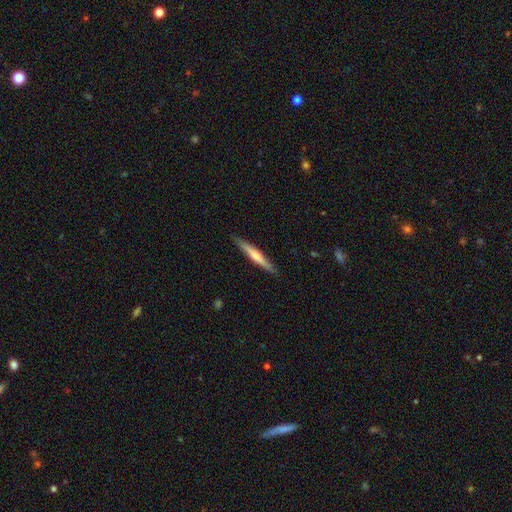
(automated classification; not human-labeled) Smooth or featured? Predicted: smooth (p=0.49). Merging? Predicted: none (p=0.89).